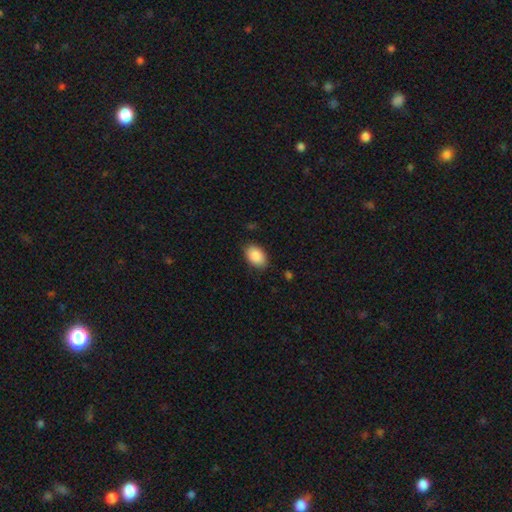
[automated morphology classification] This is clearly a smooth galaxy (89%). How rounded: clearly in between (89%). Merging: clearly none (85%).